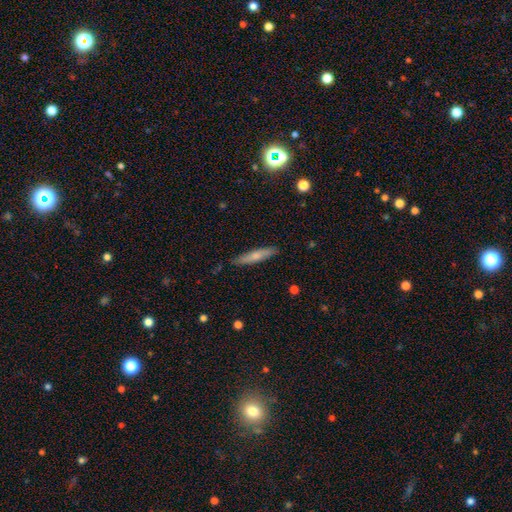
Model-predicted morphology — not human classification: smooth-or-featured: smooth: 61% | featured or disk: 33% | star or artifact: 6%
  how-rounded: cigar-shaped: 89% | in between: 10% | round: 2%
  merging: none: 85% | minor disturbance: 12% | major disturbance: 2% | merger: 1%